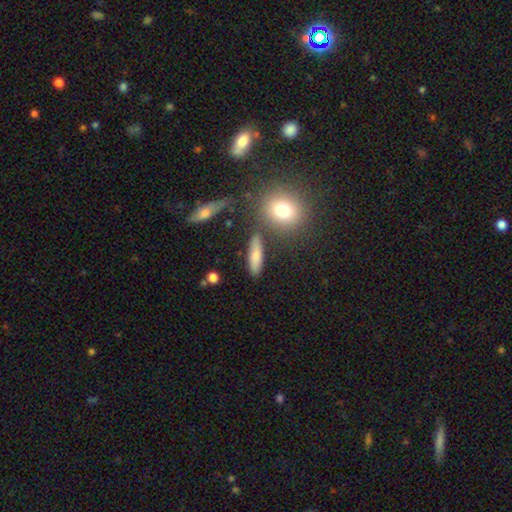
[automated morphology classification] A smooth galaxy with no disk features (74%) that is cigar-shaped (55%). Merging: none (78%).